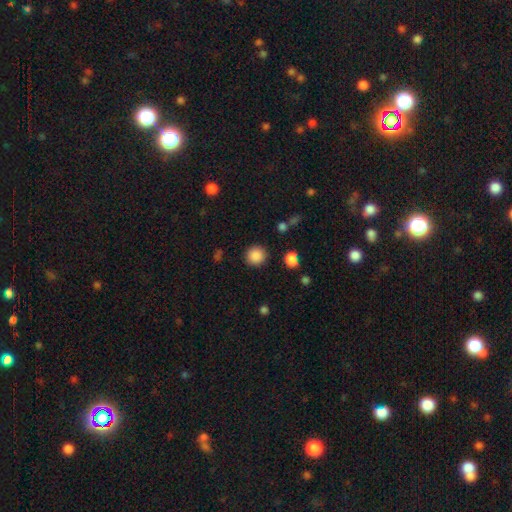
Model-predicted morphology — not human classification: Smooth or featured: smooth — 87% (star or artifact — 10%)
How rounded: round — 93% (in between — 6%)
Merging: none — 90% (minor disturbance — 6%)